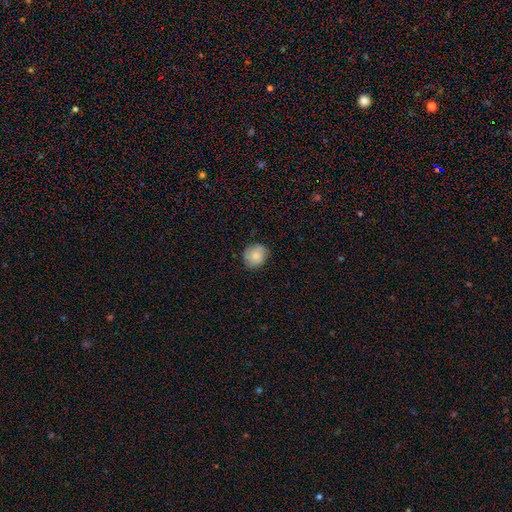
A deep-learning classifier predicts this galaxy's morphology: Smooth or featured?
  - smooth: 79% *
  - featured or disk: 14%
  - star or artifact: 7%
How rounded?
  - round: 74% *
  - in between: 25%
  - cigar-shaped: 1%
Merging?
  - none: 78% *
  - minor disturbance: 18%
  - major disturbance: 3%
  - merger: 1%